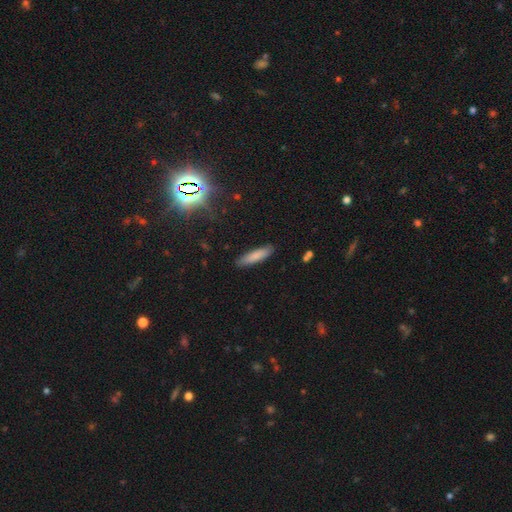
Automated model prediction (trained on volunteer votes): Overall: smooth (81%). How rounded: cigar-shaped (78%). Merging: none (88%).